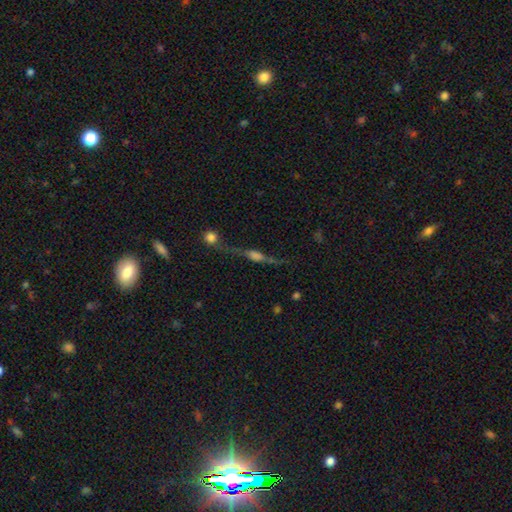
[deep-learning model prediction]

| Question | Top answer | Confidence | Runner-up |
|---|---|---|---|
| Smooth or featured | featured or disk | 59% | smooth (29%) |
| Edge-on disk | yes | 77% | no (23%) |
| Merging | none | 41% | merger (28%) |